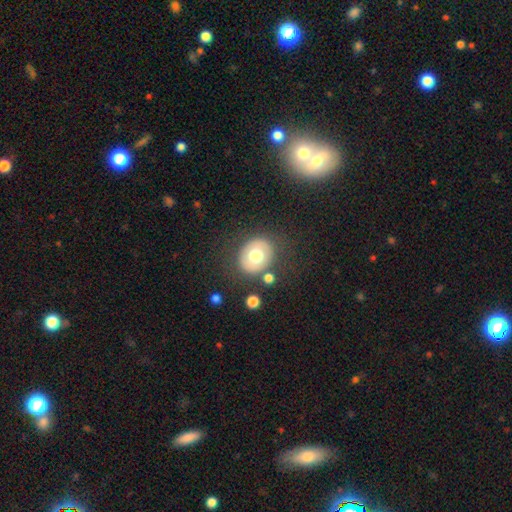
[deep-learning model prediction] Smooth or featured? Predicted: smooth (p=0.64). How rounded? Predicted: round (p=0.66). Merging? Predicted: none (p=0.79).